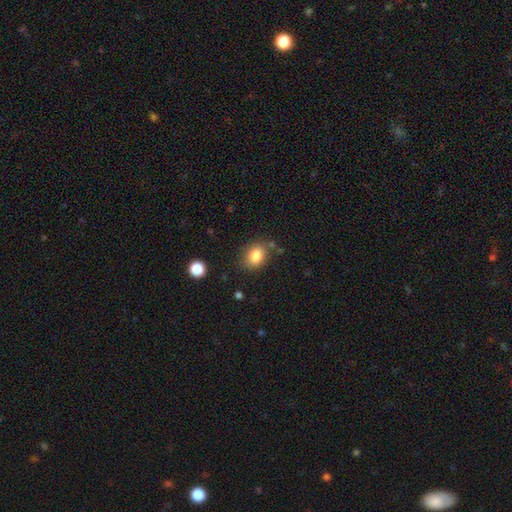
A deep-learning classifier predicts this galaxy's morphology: A smooth galaxy with no disk features (84%) that is in between round and cigar-shaped (57%).

Vote fractions:
- Smooth or featured? smooth: 84% / star or artifact: 9% / featured or disk: 6%
- How rounded? in between: 57% / round: 42% / cigar-shaped: 1%
- Merging? none: 75% / minor disturbance: 16% / merger: 5% / major disturbance: 5%